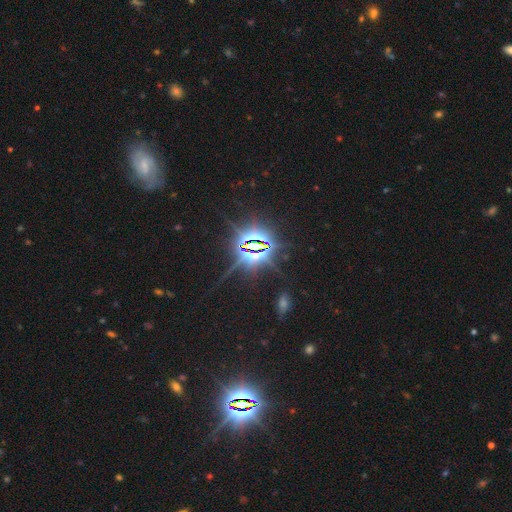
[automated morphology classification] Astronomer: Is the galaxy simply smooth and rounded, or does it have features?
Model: star or artifact — 85%.